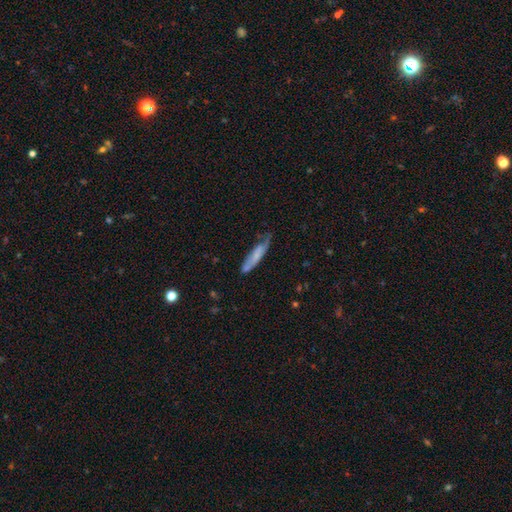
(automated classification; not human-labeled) Smooth or featured? smooth (59%)
How rounded? cigar-shaped (83%)
Merging? none (51%)